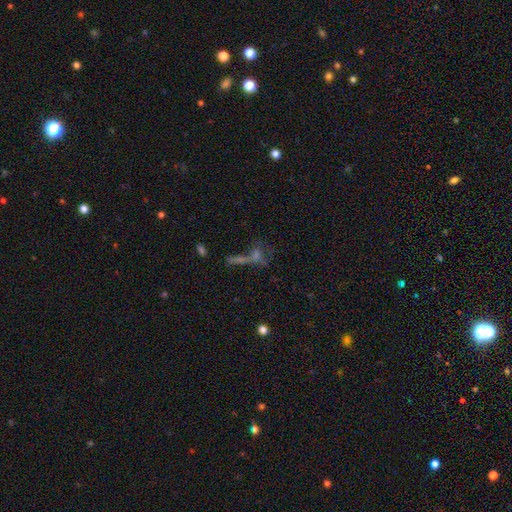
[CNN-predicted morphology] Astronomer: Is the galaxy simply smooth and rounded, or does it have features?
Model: smooth — 34%, tied with star or artifact at 34%.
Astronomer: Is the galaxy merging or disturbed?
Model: none — 37% (runner-up: merger, 36%).